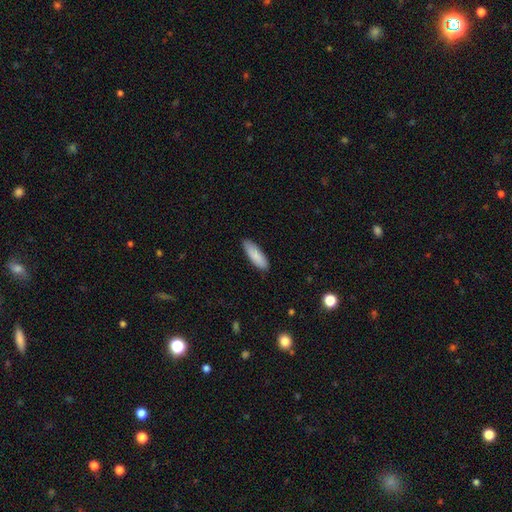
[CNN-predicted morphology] Q: Smooth or featured?
A: smooth (89%); runner-up: featured or disk (6%)
Q: How rounded?
A: in between (55%); runner-up: cigar-shaped (43%)
Q: Merging?
A: none (86%); runner-up: minor disturbance (11%)